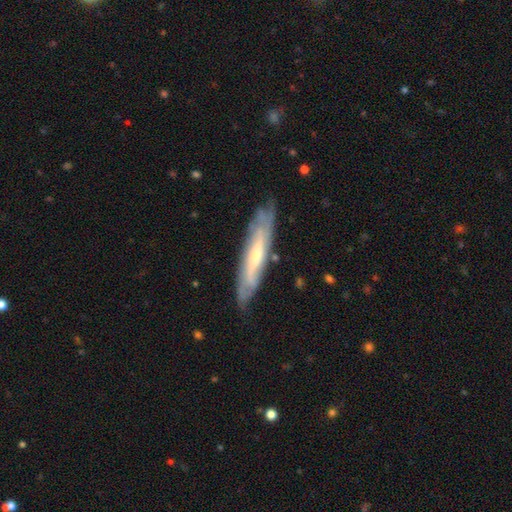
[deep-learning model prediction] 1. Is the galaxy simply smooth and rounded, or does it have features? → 71% featured or disk, 23% smooth, 6% star or artifact.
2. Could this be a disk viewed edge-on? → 52% no, 48% yes.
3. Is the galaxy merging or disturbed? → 78% none, 17% minor disturbance, 4% major disturbance, 1% merger.